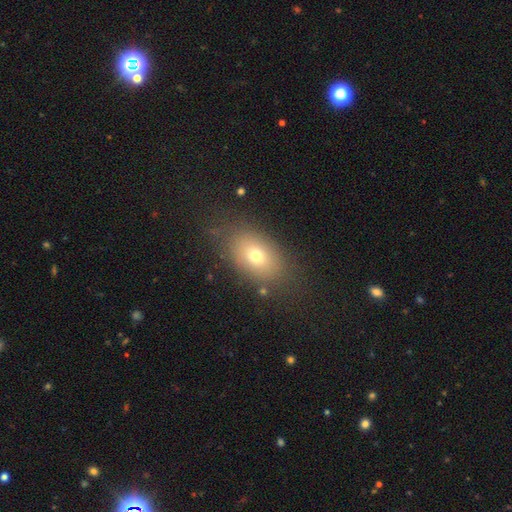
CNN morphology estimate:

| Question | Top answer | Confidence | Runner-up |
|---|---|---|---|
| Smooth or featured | smooth | 70% | featured or disk (17%) |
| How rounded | in between | 80% | round (18%) |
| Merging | none | 76% | minor disturbance (14%) |